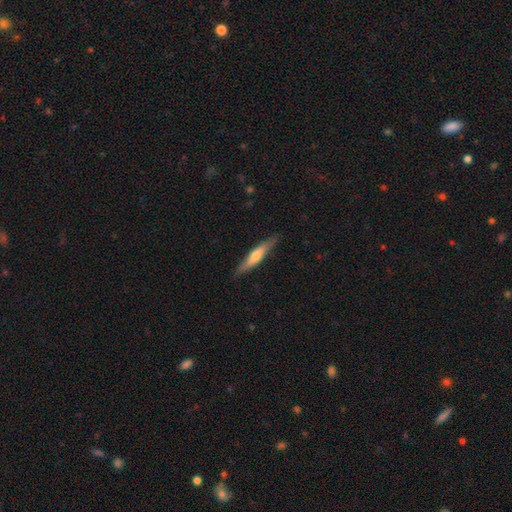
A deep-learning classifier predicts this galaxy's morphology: featured or disk 51%, smooth 44%, star or artifact 5%. Down the decision tree: edge-on disk — yes (92%); merging — none (85%).